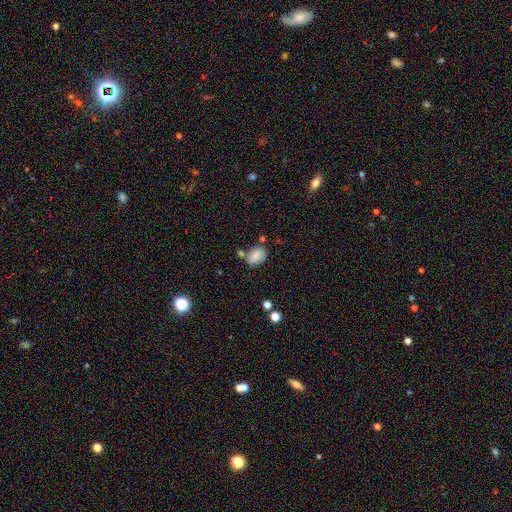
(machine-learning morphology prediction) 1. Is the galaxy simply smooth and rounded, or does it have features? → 83% smooth, 9% star or artifact, 8% featured or disk.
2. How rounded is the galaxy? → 79% in between, 20% round, 1% cigar-shaped.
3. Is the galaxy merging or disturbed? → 62% none, 20% minor disturbance, 13% merger, 5% major disturbance.